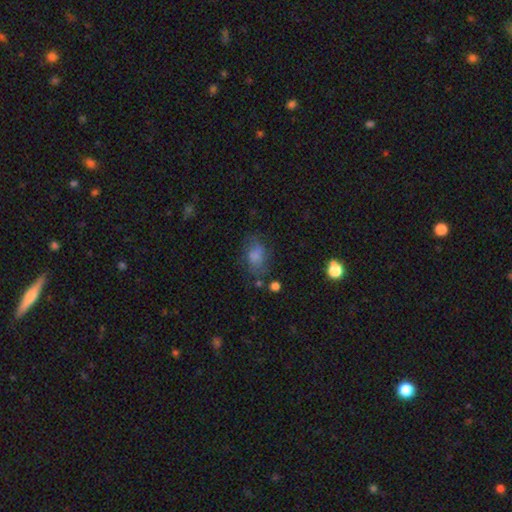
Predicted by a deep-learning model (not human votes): Smooth or featured? Predicted: smooth (p=0.69). How rounded? Predicted: in between (p=0.79). Merging? Predicted: none (p=0.51).